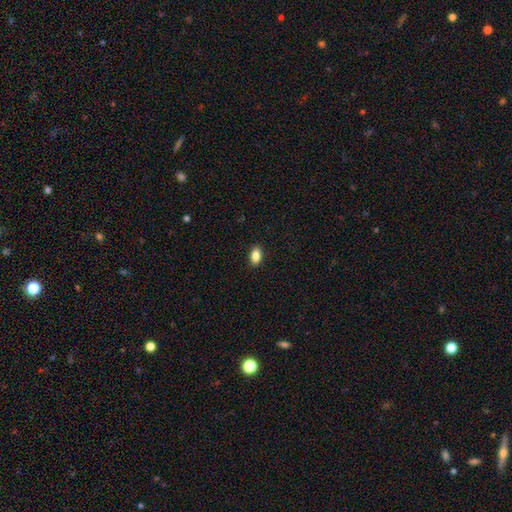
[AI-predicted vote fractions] A smooth galaxy with no disk features (87%) that is in between round and cigar-shaped (89%). Merging: none (89%).